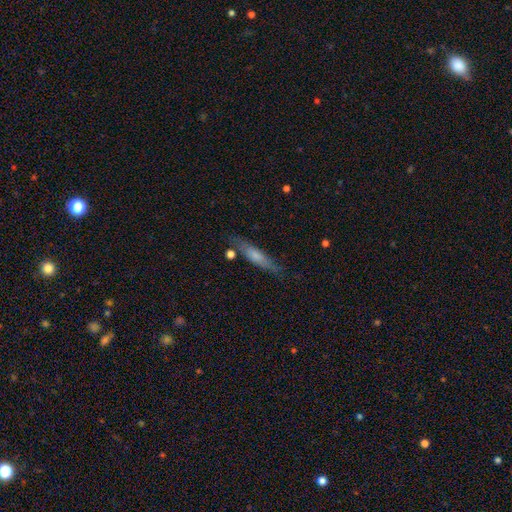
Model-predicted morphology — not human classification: Smooth or featured? Predicted: smooth (p=0.58). How rounded? Predicted: cigar-shaped (p=0.80). Merging? Predicted: none (p=0.70).